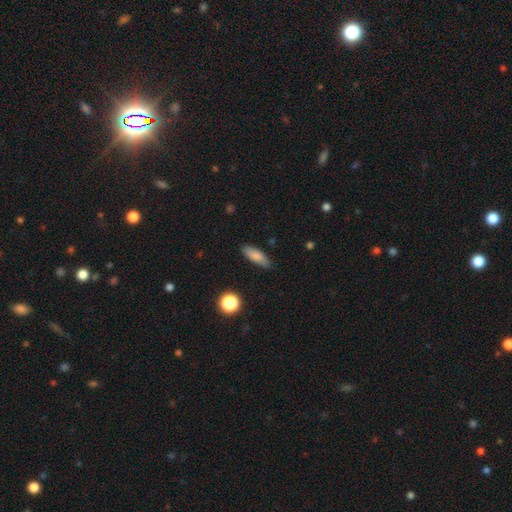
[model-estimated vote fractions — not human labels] The model was most divided on "how rounded": in between: 55%, cigar-shaped: 42%, round: 3%. More confident: merging — none (85%); smooth or featured — smooth (80%).